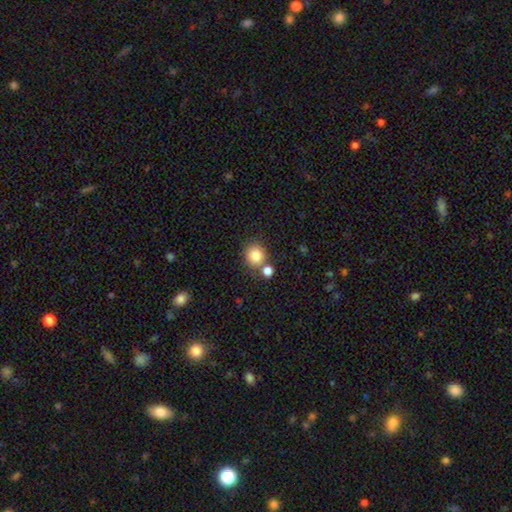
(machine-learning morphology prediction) This is clearly a smooth galaxy (82%). How rounded: clearly round (85%). Merging: likely none (70%).